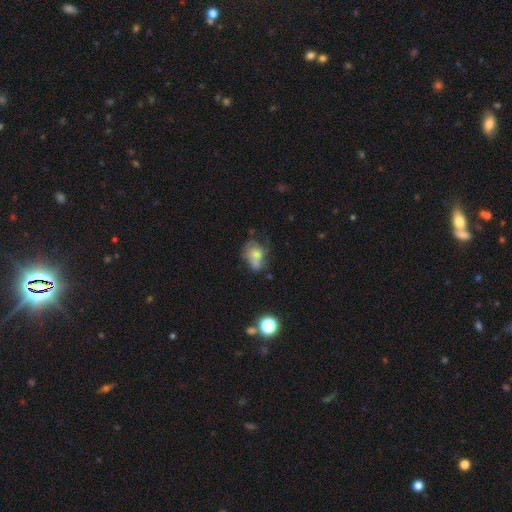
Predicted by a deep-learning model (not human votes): smooth 64%, featured or disk 24%, star or artifact 12%. Down the decision tree: how rounded — in between (72%); merging — none (33%).